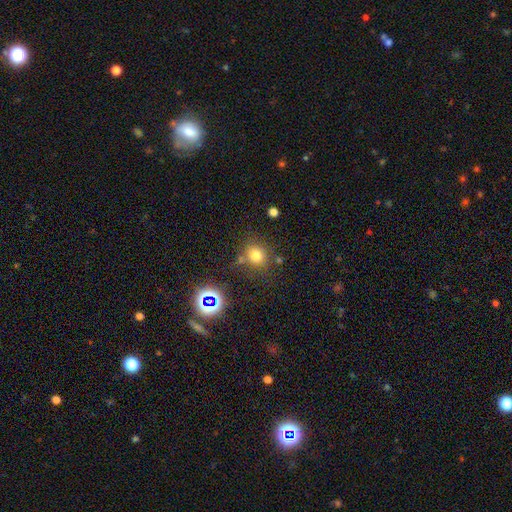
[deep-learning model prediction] Smooth or featured? Predicted: smooth (p=0.73). How rounded? Predicted: round (p=0.85). Merging? Predicted: none (p=0.74).